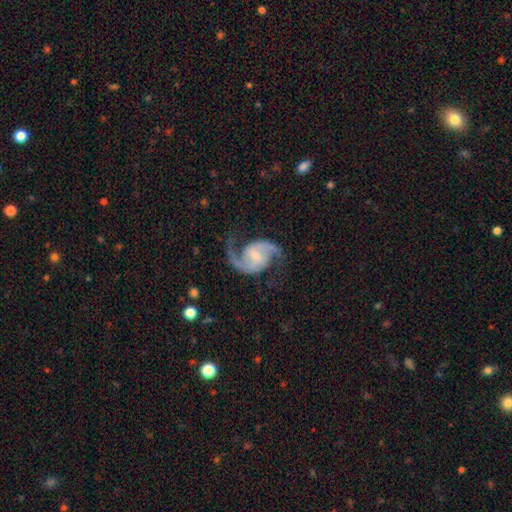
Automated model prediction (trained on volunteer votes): Smooth or featured? featured or disk (93%)
Edge-on disk? no (98%)
Bar? weak (48%)
Spiral arms? yes (98%)
Spiral winding? medium (54%)
Spiral arm count? 2 (94%)
Bulge size? small (55%)
Merging? none (79%)